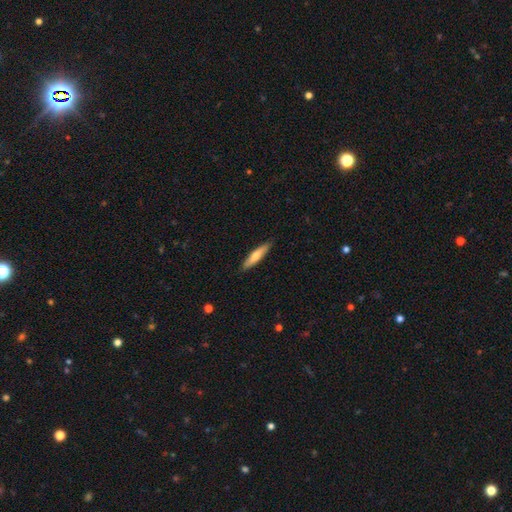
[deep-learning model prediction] The model was most divided on "smooth or featured": smooth: 63%, featured or disk: 31%, star or artifact: 5%. More confident: merging — none (88%); how rounded — cigar-shaped (85%).